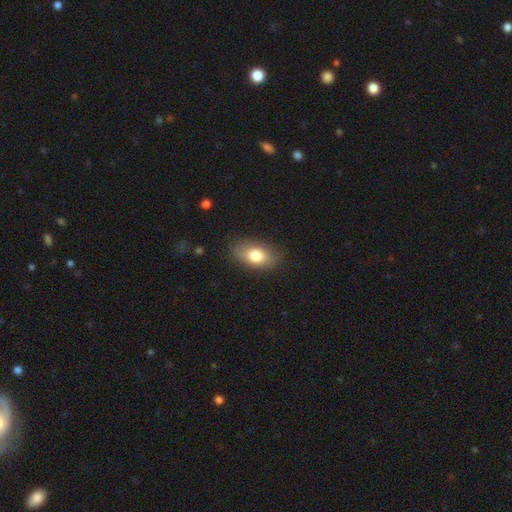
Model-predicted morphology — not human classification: smooth-or-featured: smooth: 78% | featured or disk: 14% | star or artifact: 8%
  how-rounded: in between: 89% | round: 8% | cigar-shaped: 3%
  merging: none: 83% | minor disturbance: 13% | major disturbance: 4% | merger: 1%